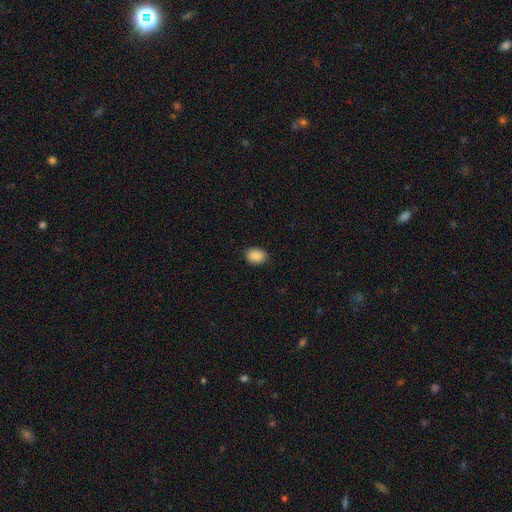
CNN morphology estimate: smooth-or-featured: smooth: 89% | star or artifact: 8% | featured or disk: 3%
  how-rounded: in between: 70% | round: 29% | cigar-shaped: 1%
  merging: none: 88% | minor disturbance: 9% | major disturbance: 2% | merger: 1%